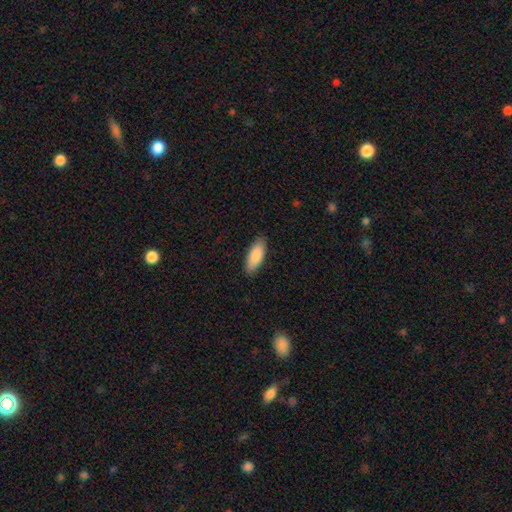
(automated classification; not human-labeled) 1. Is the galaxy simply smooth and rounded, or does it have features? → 87% smooth, 8% featured or disk, 5% star or artifact.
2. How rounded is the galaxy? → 78% in between, 21% cigar-shaped, 2% round.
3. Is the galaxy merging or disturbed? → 87% none, 10% minor disturbance, 2% major disturbance, 1% merger.